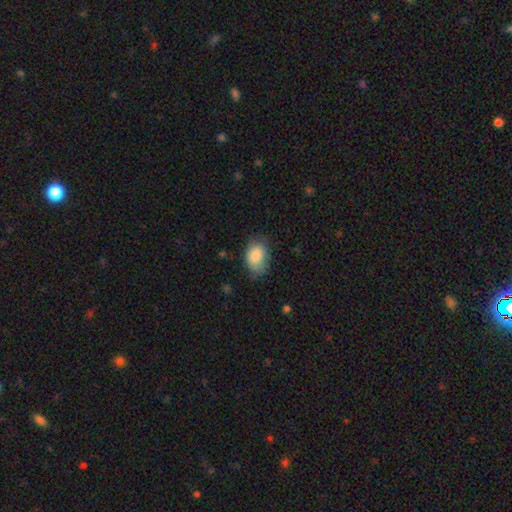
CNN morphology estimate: Smooth or featured? smooth (85%)
How rounded? in between (82%)
Merging? none (60%)